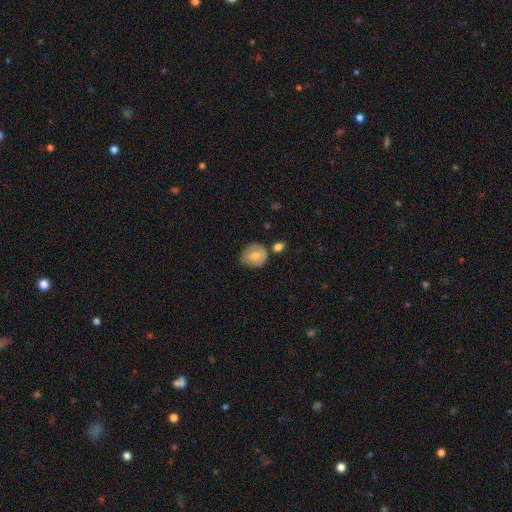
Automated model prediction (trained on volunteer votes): This appears to be a smooth galaxy with no disk features (75%) that is round (74%). Merging: none (60%).